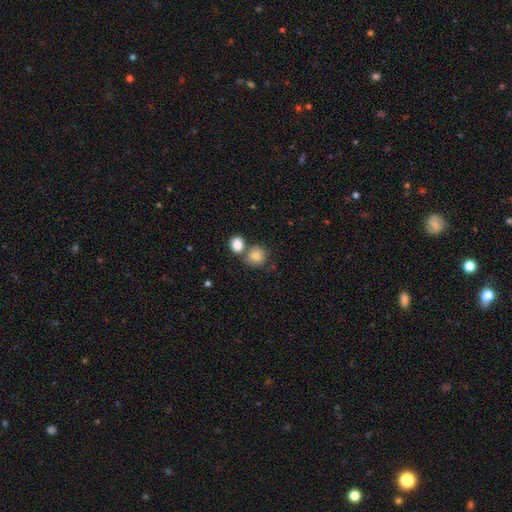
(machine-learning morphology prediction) smooth-or-featured: smooth: 82% | star or artifact: 9% | featured or disk: 9%
  how-rounded: round: 80% | in between: 19% | cigar-shaped: 1%
  merging: none: 51% | merger: 34% | minor disturbance: 11% | major disturbance: 4%